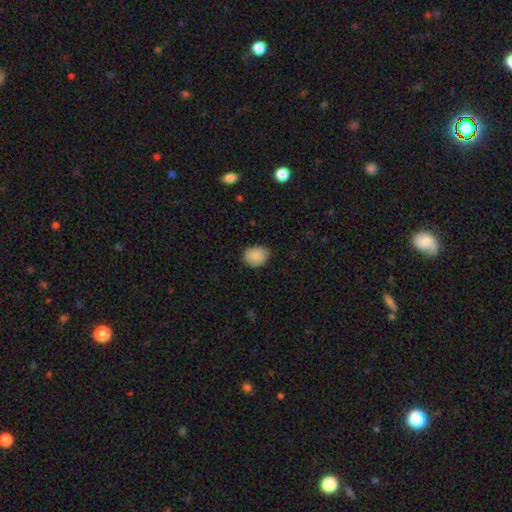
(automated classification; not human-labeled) smooth-or-featured: smooth: 88% | star or artifact: 7% | featured or disk: 4%
  how-rounded: in between: 53% | round: 46% | cigar-shaped: 1%
  merging: none: 85% | minor disturbance: 12% | major disturbance: 2% | merger: 1%